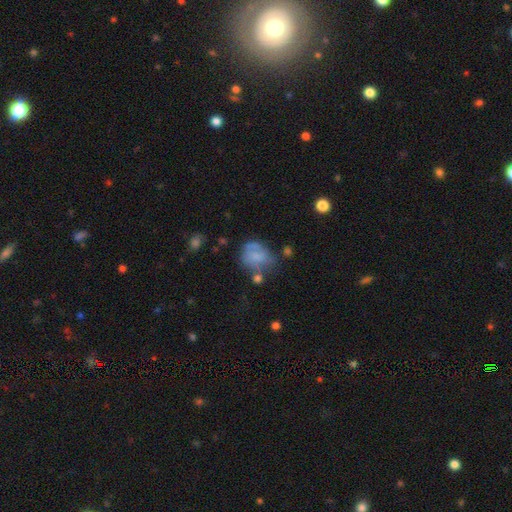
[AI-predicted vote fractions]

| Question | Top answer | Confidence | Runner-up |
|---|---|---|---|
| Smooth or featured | smooth | 57% | featured or disk (33%) |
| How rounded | round | 54% | in between (45%) |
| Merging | none | 38% | minor disturbance (28%) |